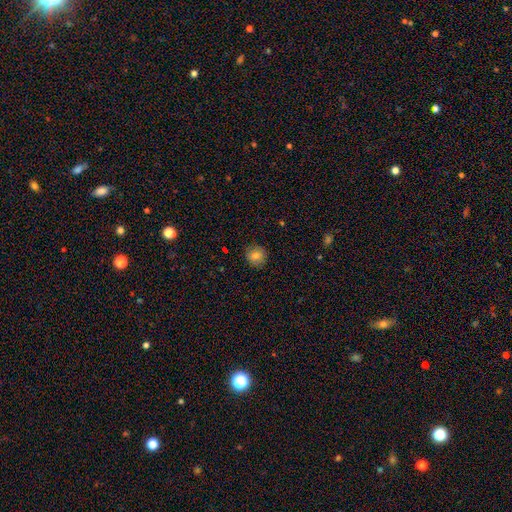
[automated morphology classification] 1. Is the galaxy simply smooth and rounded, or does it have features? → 82% smooth, 10% star or artifact, 8% featured or disk.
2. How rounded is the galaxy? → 91% round, 8% in between, 1% cigar-shaped.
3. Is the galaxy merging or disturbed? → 89% none, 8% minor disturbance, 2% major disturbance, 1% merger.